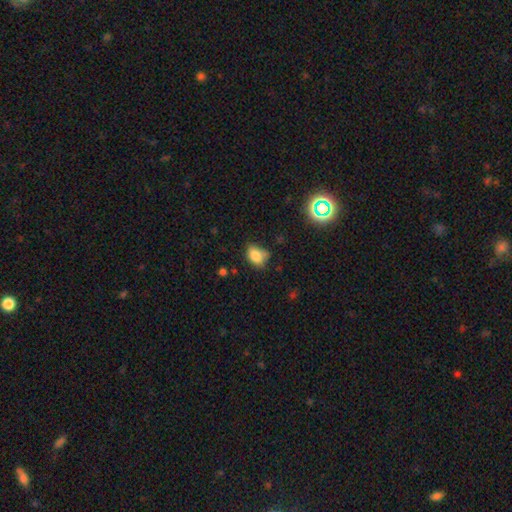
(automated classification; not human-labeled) Smooth or featured? smooth (78%)
How rounded? in between (69%)
Merging? none (50%)